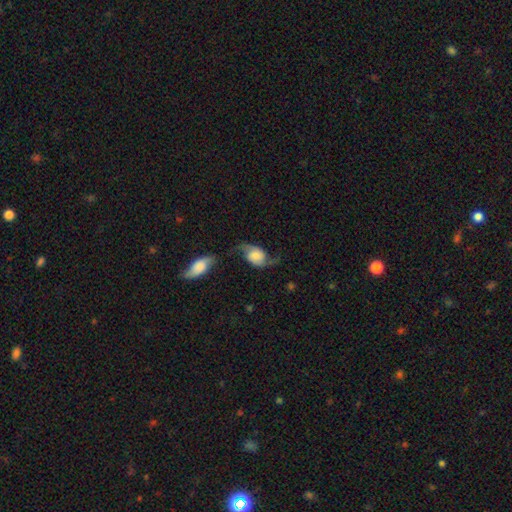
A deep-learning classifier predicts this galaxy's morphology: This appears to be a featured or disk galaxy (70%) with no bar (68%), 2 (91%) loose (72%) spiral arms (93%) and a large central bulge (25%). Merging: none (49%).